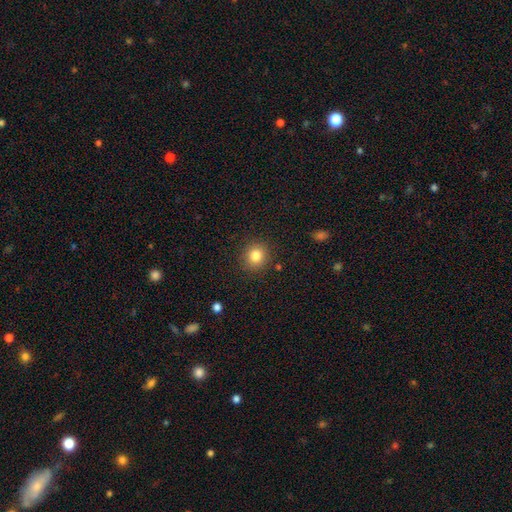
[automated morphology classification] smooth-or-featured: smooth: 82% | star or artifact: 11% | featured or disk: 7%
  how-rounded: round: 88% | in between: 11% | cigar-shaped: 1%
  merging: none: 88% | minor disturbance: 8% | major disturbance: 3% | merger: 2%